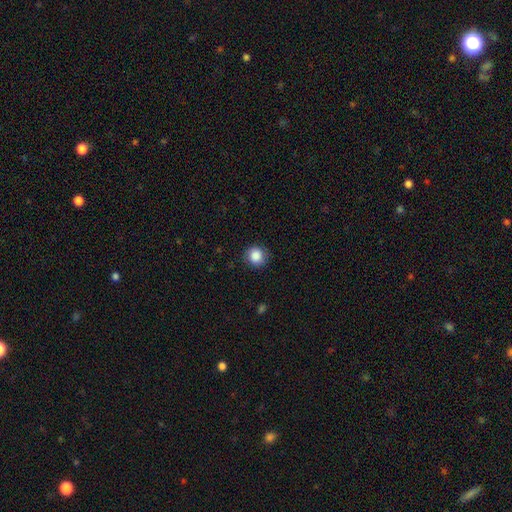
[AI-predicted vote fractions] Overall: smooth (87%). How rounded: round (89%). Merging: none (85%).